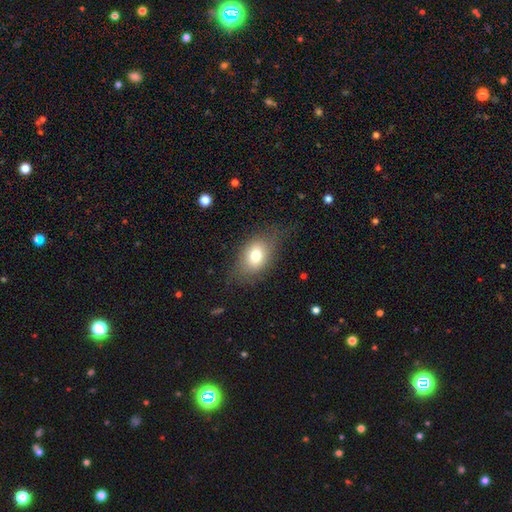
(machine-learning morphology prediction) A smooth galaxy with no disk features (73%) that is in between round and cigar-shaped (75%).

Vote fractions:
- Smooth or featured? smooth: 73% / featured or disk: 17% / star or artifact: 10%
- How rounded? in between: 75% / round: 23% / cigar-shaped: 2%
- Merging? none: 67% / minor disturbance: 22% / major disturbance: 10% / merger: 1%